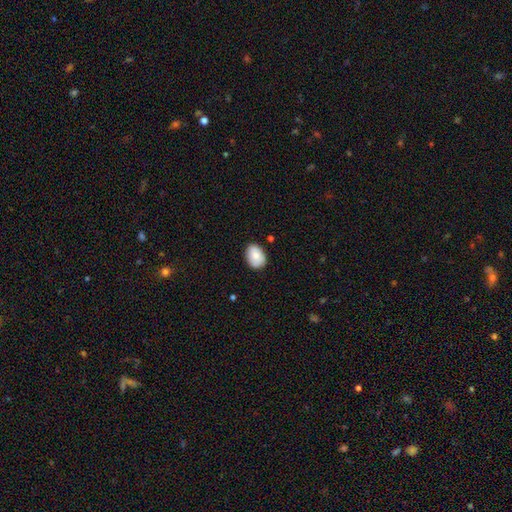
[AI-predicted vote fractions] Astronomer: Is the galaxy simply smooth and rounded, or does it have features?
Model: smooth — 84%.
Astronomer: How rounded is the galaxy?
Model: in between — 81%.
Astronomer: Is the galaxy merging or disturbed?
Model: none — 82%.